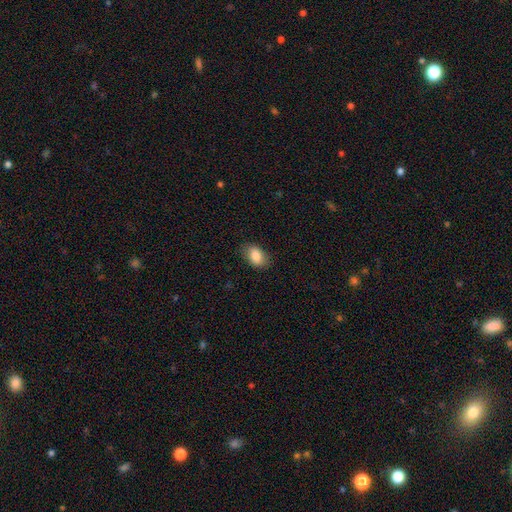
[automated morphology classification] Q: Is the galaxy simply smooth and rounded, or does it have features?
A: smooth — 86%.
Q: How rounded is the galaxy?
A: in between — 86%.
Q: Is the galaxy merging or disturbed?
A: none — 82%.